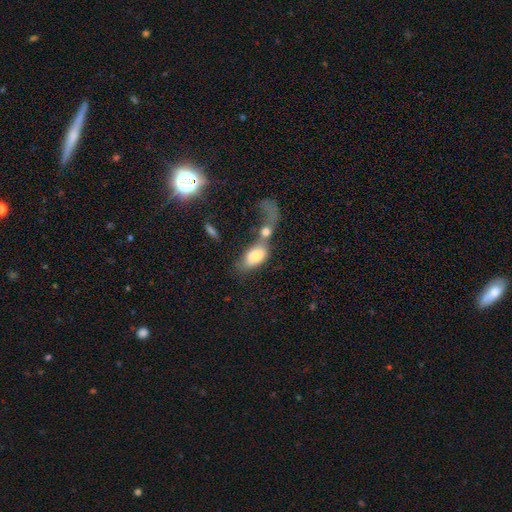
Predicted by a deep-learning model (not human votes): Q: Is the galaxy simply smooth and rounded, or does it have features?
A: smooth — 71%.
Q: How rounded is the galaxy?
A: in between — 88%.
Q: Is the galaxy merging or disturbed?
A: merger — 64%.